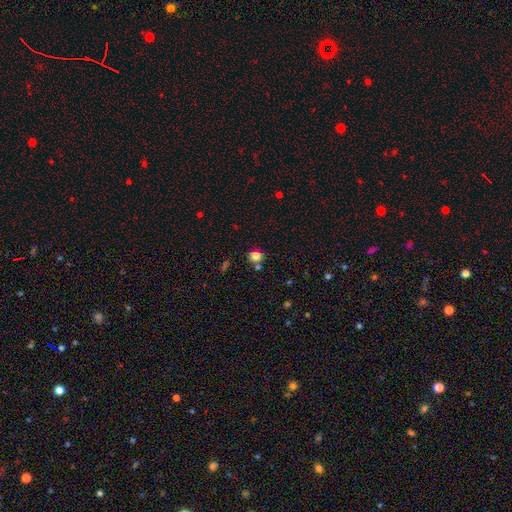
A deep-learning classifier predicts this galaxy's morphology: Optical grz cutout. It shows a smooth galaxy with no disk features (81%) that is round (77%). Merging: none (73%).